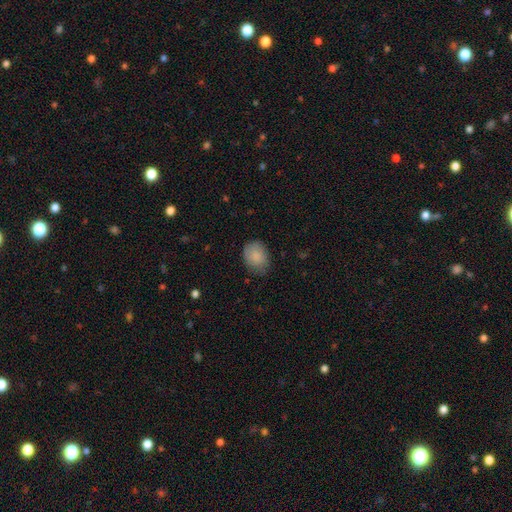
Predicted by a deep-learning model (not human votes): The model was most divided on "how rounded": in between: 58%, round: 41%, cigar-shaped: 1%. More confident: smooth or featured — smooth (87%); merging — none (72%).